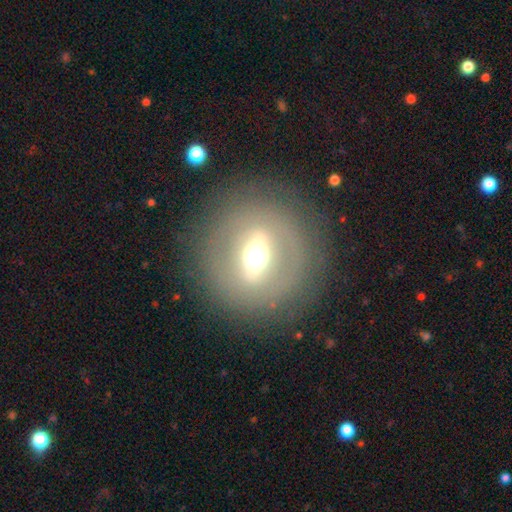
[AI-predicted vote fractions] Smooth or featured: featured or disk — 67% (smooth — 24%)
Edge-on disk: no — 67% (yes — 33%)
Merging: none — 83% (minor disturbance — 9%)